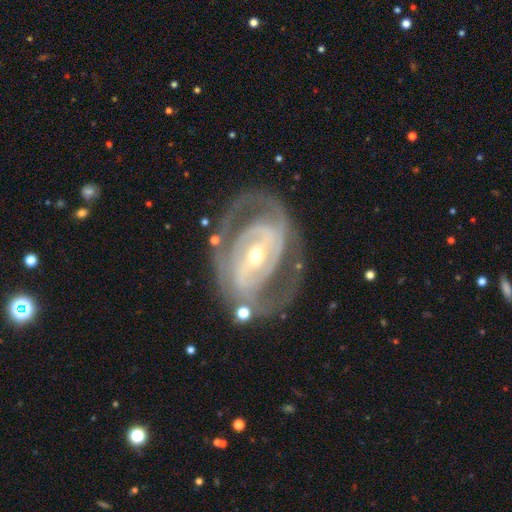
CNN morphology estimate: A featured or disk galaxy (89%) with a strong bar (43%), 2 (62%) tight (53%) spiral arms (91%) and a small central bulge (55%).

Vote fractions:
- Smooth or featured? featured or disk: 89% / smooth: 7% / star or artifact: 5%
- Edge-on disk? no: 96% / yes: 4%
- Bar? strong: 43% / weak: 34% / no: 23%
- Spiral arms? yes: 91% / no: 9%
- Spiral winding? tight: 53% / medium: 37% / loose: 10%
- Spiral arm count? 2: 62% / can't tell: 18% / 3: 10% / 1: 4% / 4: 3% / more than 4: 3%
- Bulge size? small: 55% / moderate: 41% / large: 2% / dominant: 1% / none: 1%
- Merging? none: 66% / minor disturbance: 17% / major disturbance: 13% / merger: 4%